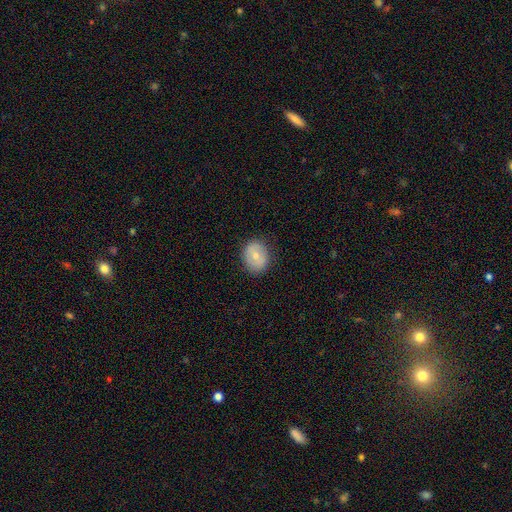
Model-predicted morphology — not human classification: This is likely a smooth galaxy (67%). How rounded: likely round (63%). Merging: clearly none (85%).